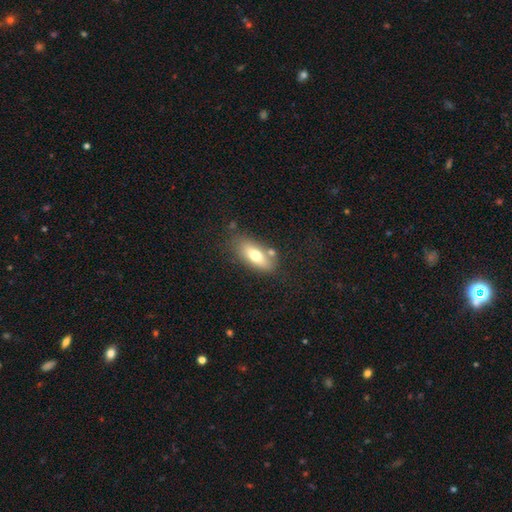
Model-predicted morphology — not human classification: A smooth galaxy with no disk features (69%) that is in between round and cigar-shaped (80%). Merging: none (70%).